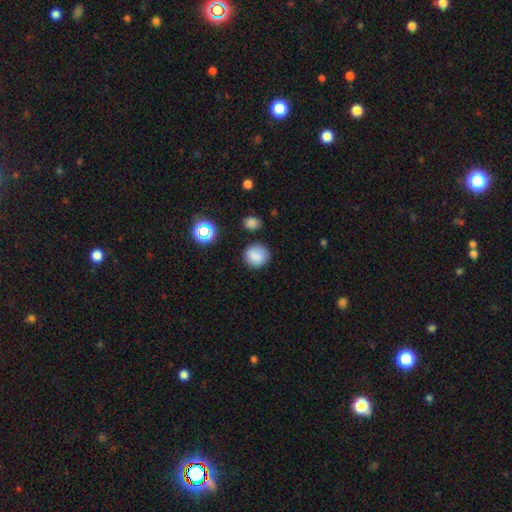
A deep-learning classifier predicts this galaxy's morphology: Smooth or featured?
  - smooth: 84% *
  - star or artifact: 11%
  - featured or disk: 5%
How rounded?
  - round: 86% *
  - in between: 13%
  - cigar-shaped: 1%
Merging?
  - none: 84% *
  - minor disturbance: 10%
  - merger: 3%
  - major disturbance: 3%